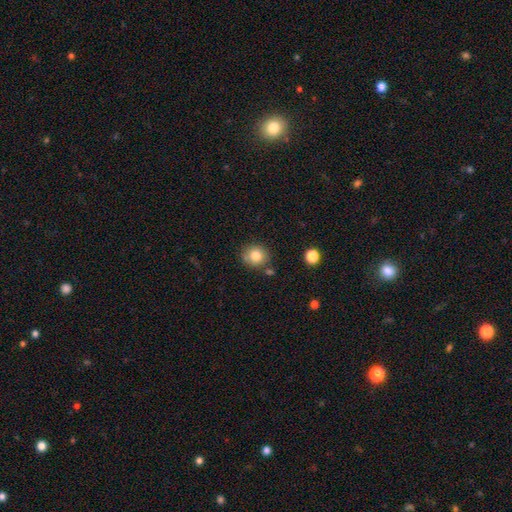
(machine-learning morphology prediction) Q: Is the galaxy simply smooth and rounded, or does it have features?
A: smooth — 81%.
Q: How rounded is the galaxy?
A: round — 86%.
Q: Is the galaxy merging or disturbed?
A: none — 79%.